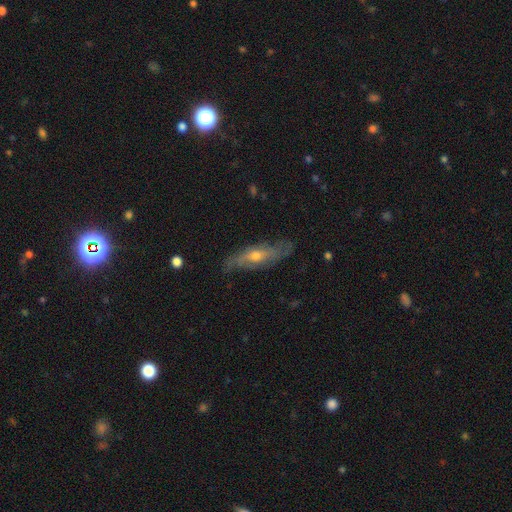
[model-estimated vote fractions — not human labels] This is likely a featured or disk galaxy (65%). It is possibly viewed edge-on (52%). Merging: likely none (79%).